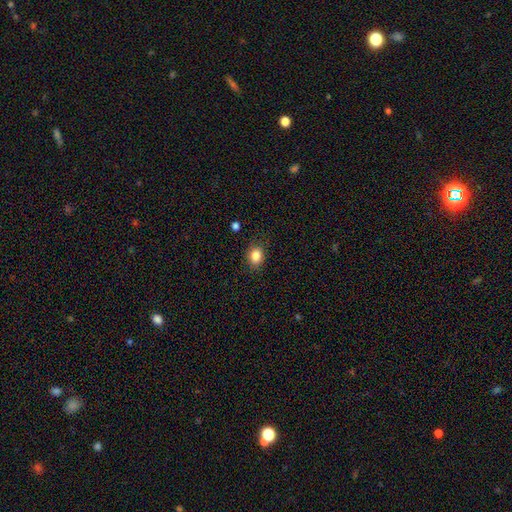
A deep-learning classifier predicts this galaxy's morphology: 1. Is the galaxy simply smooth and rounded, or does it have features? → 84% smooth, 10% star or artifact, 6% featured or disk.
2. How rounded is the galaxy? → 52% in between, 47% round, 1% cigar-shaped.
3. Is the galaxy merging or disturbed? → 84% none, 12% minor disturbance, 3% major disturbance, 1% merger.